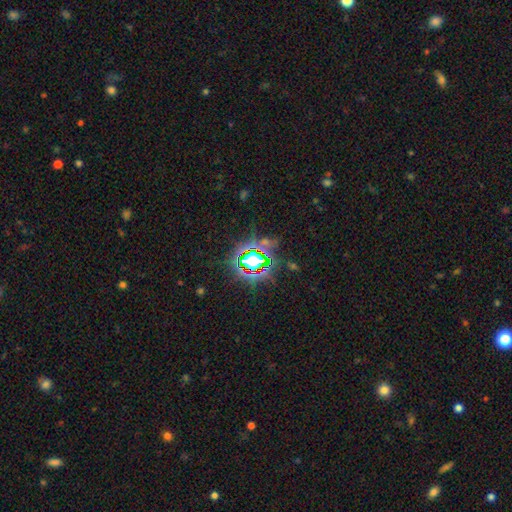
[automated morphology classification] Smooth or featured? star or artifact (78%)